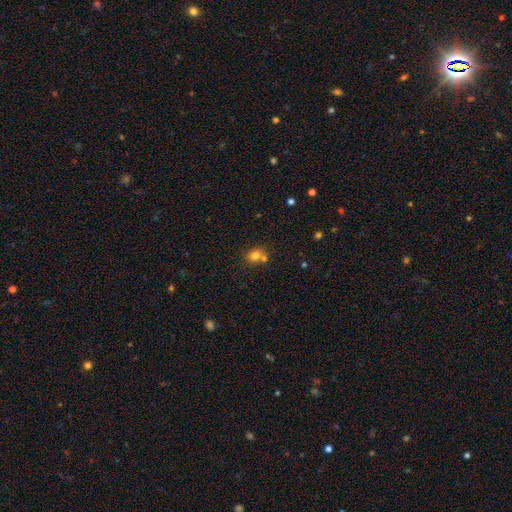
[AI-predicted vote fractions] Overall: smooth (76%). How rounded: round (69%; in between 30%). Merging: none (56%; merger 31%).